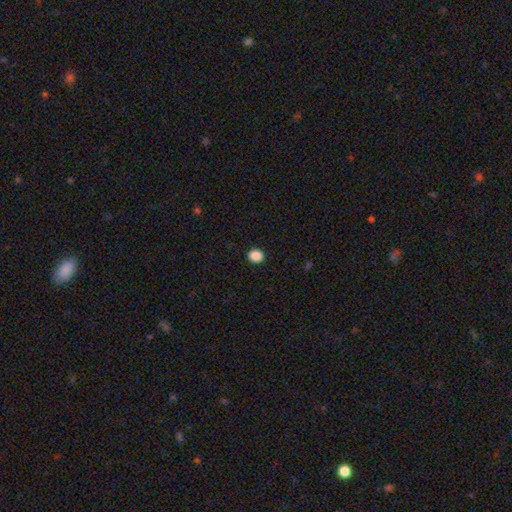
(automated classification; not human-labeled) A smooth galaxy with no disk features (88%) that is round (65%).

Vote fractions:
- Smooth or featured? smooth: 88% / star or artifact: 9% / featured or disk: 2%
- How rounded? round: 65% / in between: 34% / cigar-shaped: 1%
- Merging? none: 92% / minor disturbance: 6% / major disturbance: 2% / merger: 1%